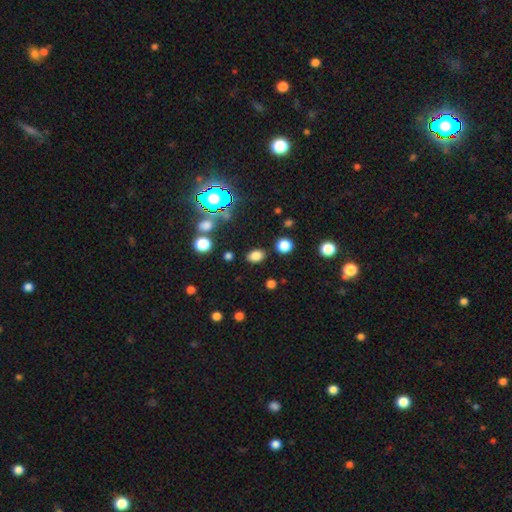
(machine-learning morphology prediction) This appears to be a smooth galaxy with no disk features (78%) that is in between round and cigar-shaped (76%). Merging: none (84%).